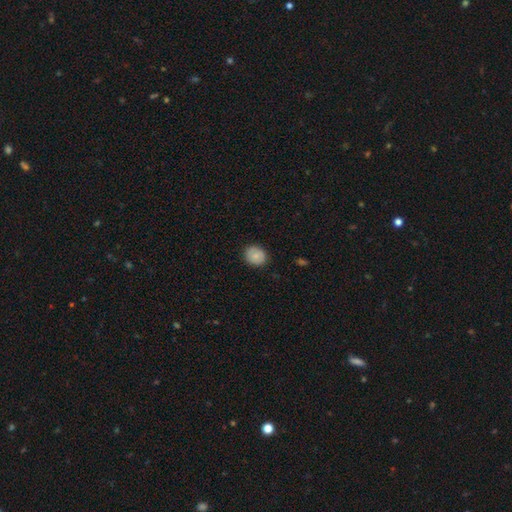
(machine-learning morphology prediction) Smooth or featured? smooth (79%)
How rounded? round (76%)
Merging? none (85%)